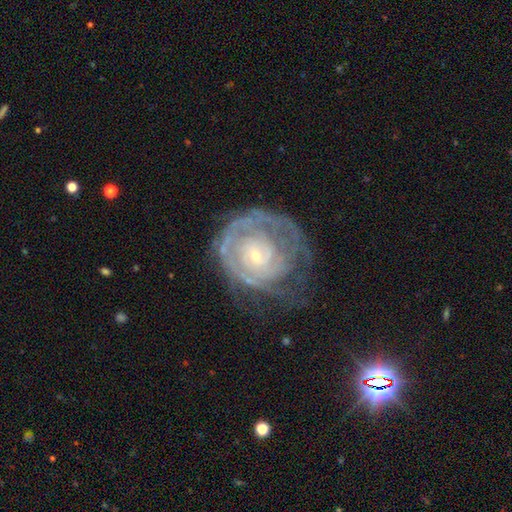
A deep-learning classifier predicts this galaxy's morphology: Overall: featured or disk (81%). Edge-on disk: no (97%). Bar: no (77%). Spiral arms: yes (83%). Spiral arm count: can't tell (52%; 2 16%). Spiral winding: tight (77%). Bulge size: small (76%). Merging: none (54%; minor disturbance 23%).